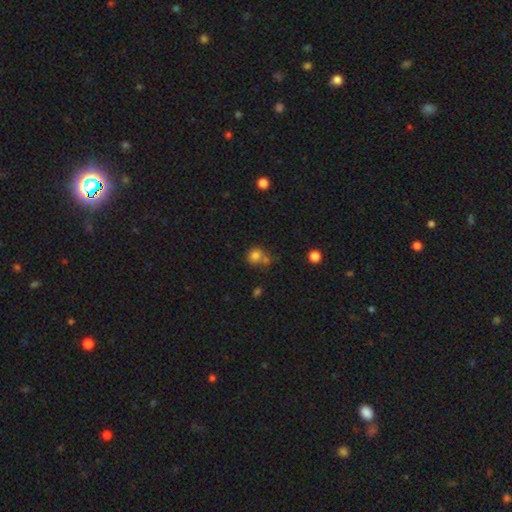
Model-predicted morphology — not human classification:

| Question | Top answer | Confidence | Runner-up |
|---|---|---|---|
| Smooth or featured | smooth | 78% | star or artifact (13%) |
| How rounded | round | 83% | in between (16%) |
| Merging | none | 51% | merger (32%) |